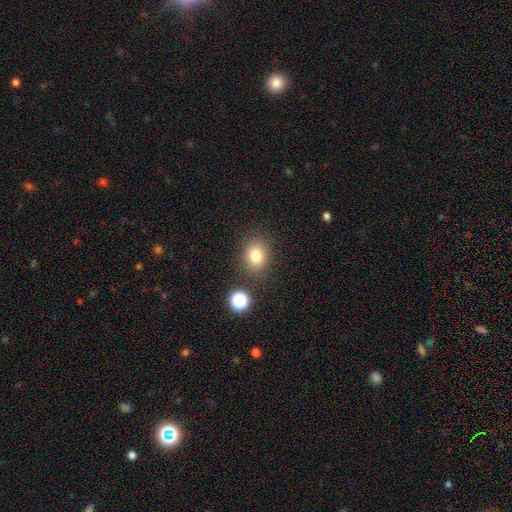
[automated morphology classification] This is likely a smooth galaxy (80%). How rounded: possibly round (51%). Merging: clearly none (81%).